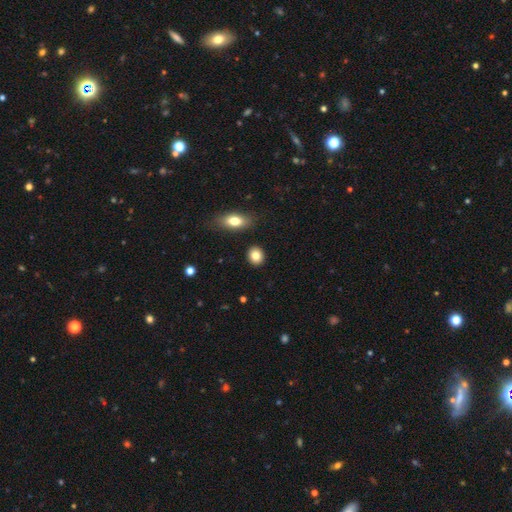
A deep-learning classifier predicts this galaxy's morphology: Smooth or featured? smooth (83%)
How rounded? round (67%)
Merging? none (89%)